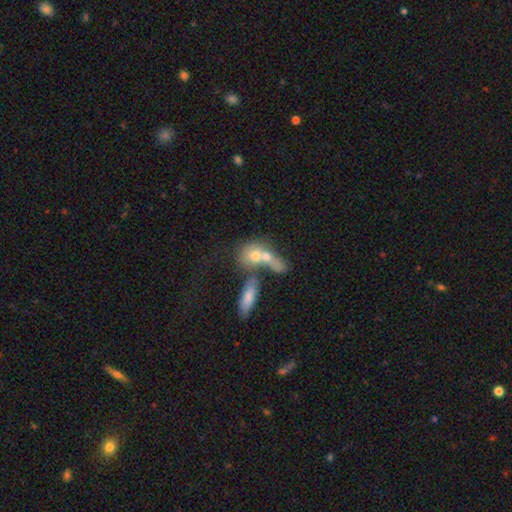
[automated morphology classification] Smooth or featured?
  - smooth: 65% *
  - featured or disk: 26%
  - star or artifact: 10%
How rounded?
  - in between: 49% *
  - round: 39%
  - cigar-shaped: 11%
Merging?
  - merger: 61% *
  - none: 24%
  - minor disturbance: 8%
  - major disturbance: 6%